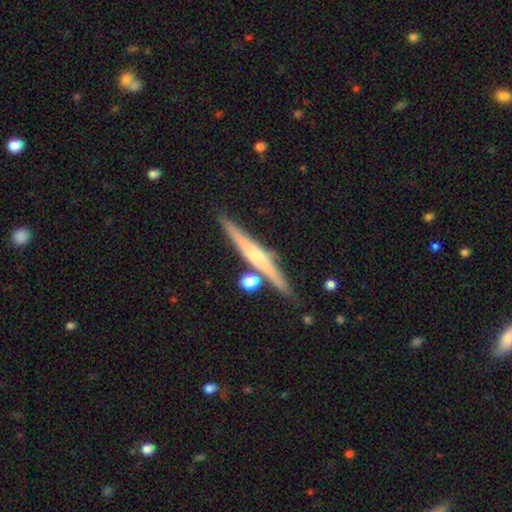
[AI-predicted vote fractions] Smooth or featured? featured or disk (72%)
Edge-on disk? yes (98%)
Edge-on bulge? rounded (61%)
Merging? none (84%)